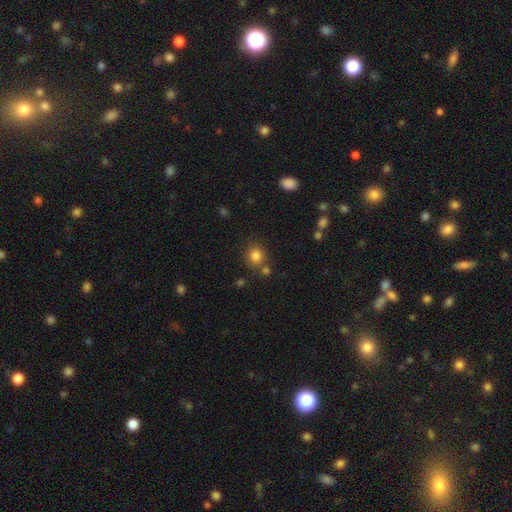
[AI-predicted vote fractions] Morphology: type=smooth (83%); roundness=round (83%); merging=none (74%).